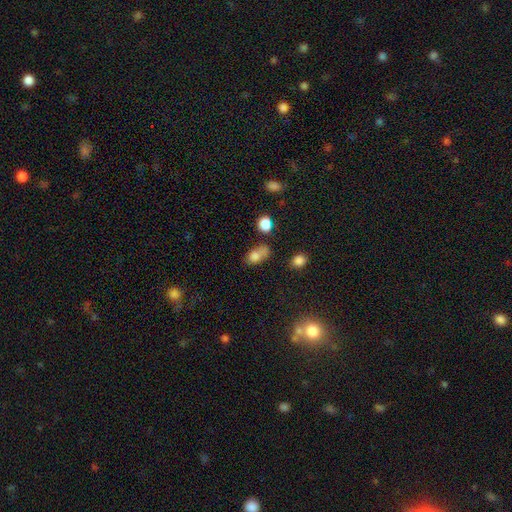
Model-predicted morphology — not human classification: A smooth galaxy with no disk features (77%) that is in between round and cigar-shaped (76%). Merging: none (35%).